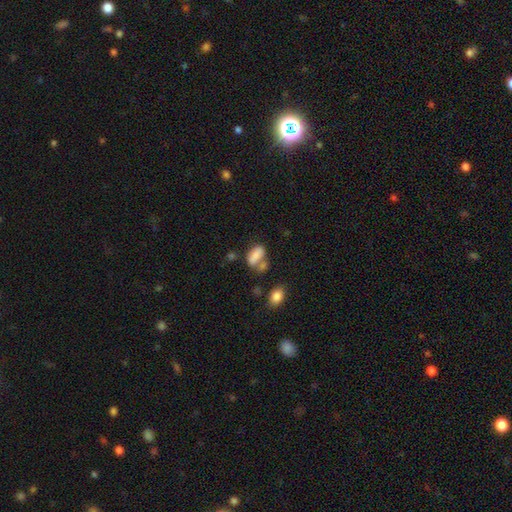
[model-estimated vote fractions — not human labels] This appears to be a smooth galaxy with no disk features (80%) that is in between round and cigar-shaped (88%). Merging: none (41%).